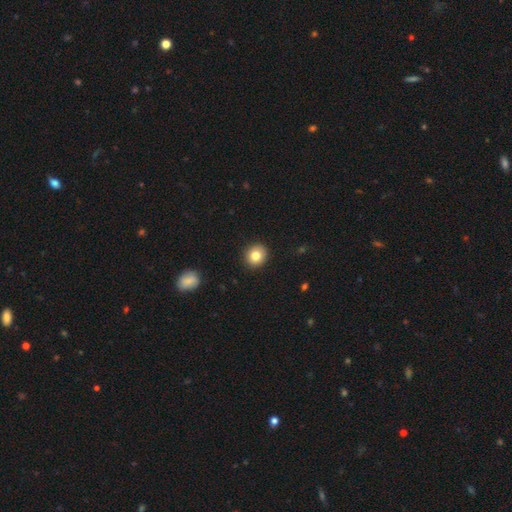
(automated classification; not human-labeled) The model was most divided on "smooth or featured": smooth: 82%, star or artifact: 10%, featured or disk: 9%. More confident: merging — none (92%); how rounded — round (86%).